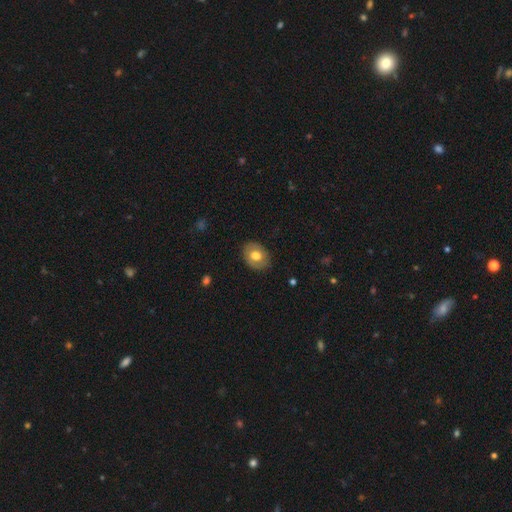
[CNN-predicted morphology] smooth 69%, featured or disk 24%, star or artifact 7%. Down the decision tree: how rounded — in between (59%); merging — none (86%).